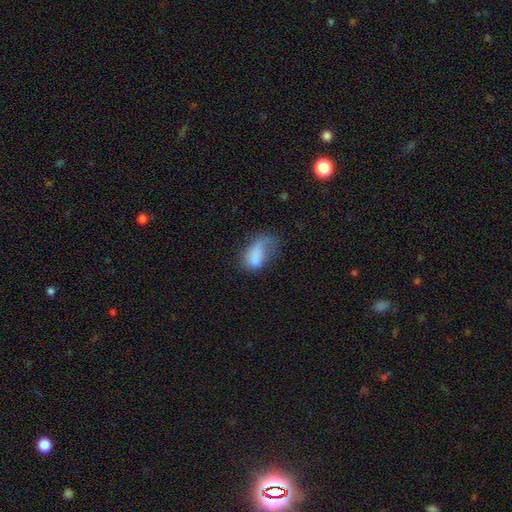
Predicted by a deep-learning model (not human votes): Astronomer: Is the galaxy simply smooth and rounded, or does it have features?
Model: smooth — 71%.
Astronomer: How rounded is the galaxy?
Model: in between — 89%.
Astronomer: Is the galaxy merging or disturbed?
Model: major disturbance — 51%.